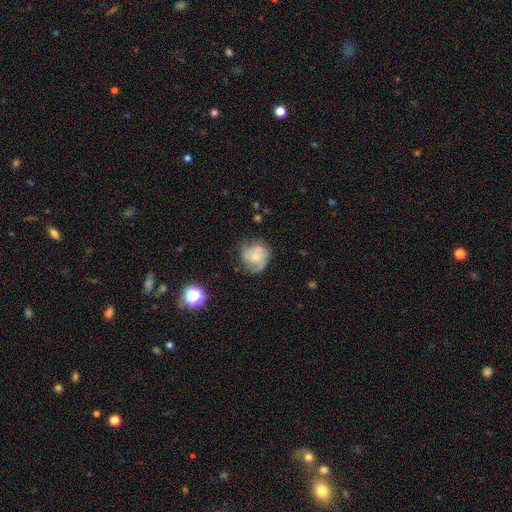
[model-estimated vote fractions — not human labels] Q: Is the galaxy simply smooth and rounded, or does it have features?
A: featured or disk — 55%.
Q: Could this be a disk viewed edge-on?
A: no — 97%.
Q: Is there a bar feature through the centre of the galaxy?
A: no — 80%.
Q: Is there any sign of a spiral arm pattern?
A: yes — 73%.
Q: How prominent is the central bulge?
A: small — 53%.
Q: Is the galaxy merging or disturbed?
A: none — 51%.